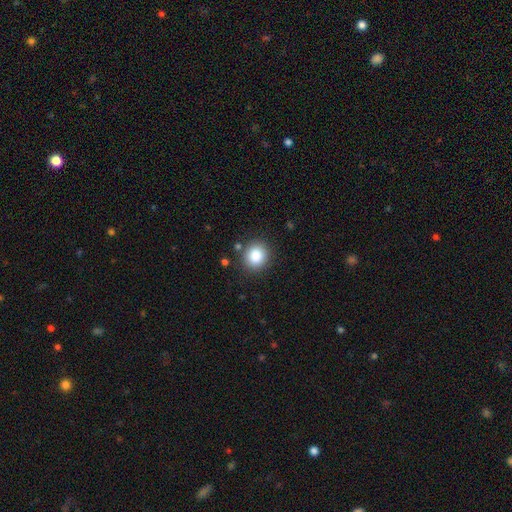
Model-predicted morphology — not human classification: A smooth galaxy with no disk features (86%) that is round (83%). Merging: none (86%).